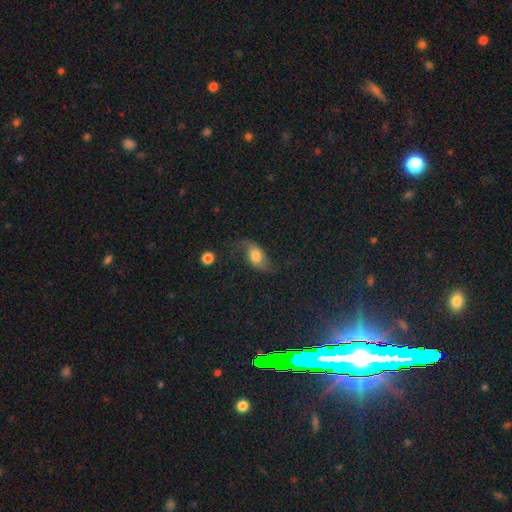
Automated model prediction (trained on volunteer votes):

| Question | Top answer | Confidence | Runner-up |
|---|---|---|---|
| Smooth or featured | featured or disk | 45% | tied: smooth (45%) |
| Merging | none | 60% | minor disturbance (22%) |